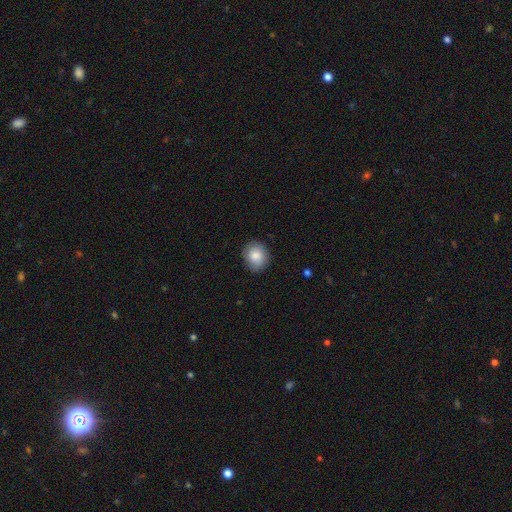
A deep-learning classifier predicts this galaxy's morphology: The model was most divided on "how rounded": round: 71%, in between: 28%, cigar-shaped: 1%. More confident: smooth or featured — smooth (84%); merging — none (83%).